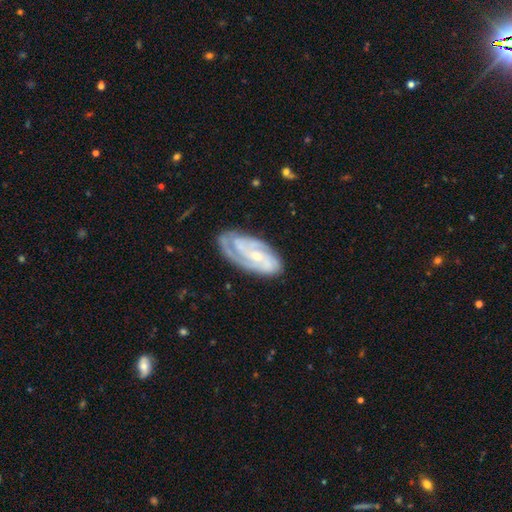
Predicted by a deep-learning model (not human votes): Smooth or featured?
  - featured or disk: 84% *
  - smooth: 10%
  - star or artifact: 6%
Edge-on disk?
  - no: 95% *
  - yes: 5%
Bar?
  - no: 50% *
  - weak: 37%
  - strong: 14%
Spiral arms?
  - yes: 96% *
  - no: 4%
Spiral winding?
  - tight: 59% *
  - medium: 34%
  - loose: 8%
Spiral arm count?
  - 2: 50% *
  - 3: 20%
  - can't tell: 18%
  - 1: 5%
  - 4: 4%
  - more than 4: 3%
Bulge size?
  - small: 66% *
  - moderate: 28%
  - none: 4%
  - large: 1%
  - dominant: 1%
Merging?
  - none: 74% *
  - minor disturbance: 18%
  - major disturbance: 6%
  - merger: 2%